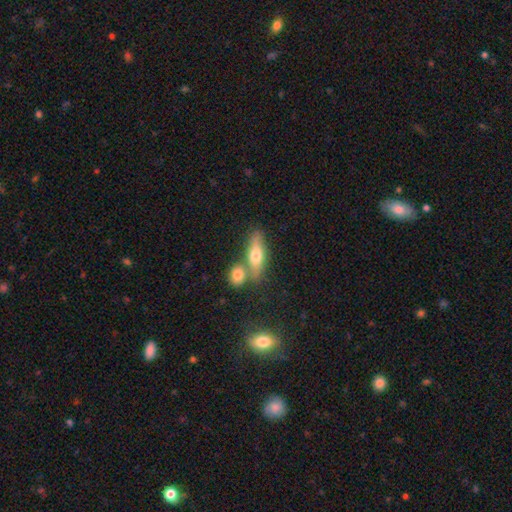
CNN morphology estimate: Smooth or featured? Predicted: smooth (p=0.59). How rounded? Predicted: in between (p=0.49). Merging? Predicted: none (p=0.54).